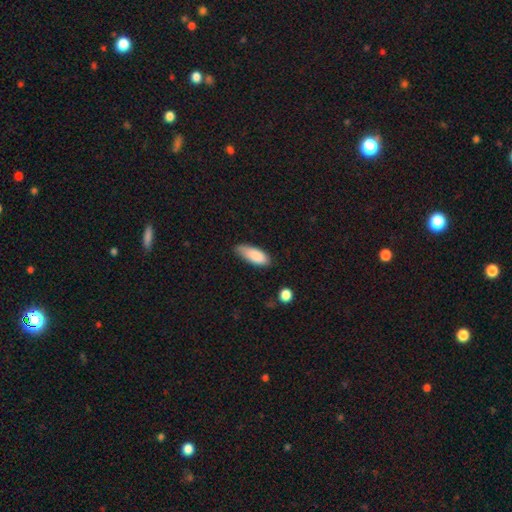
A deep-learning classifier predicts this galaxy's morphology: This is clearly a smooth galaxy (87%). How rounded: likely in between (77%). Merging: likely none (62%).